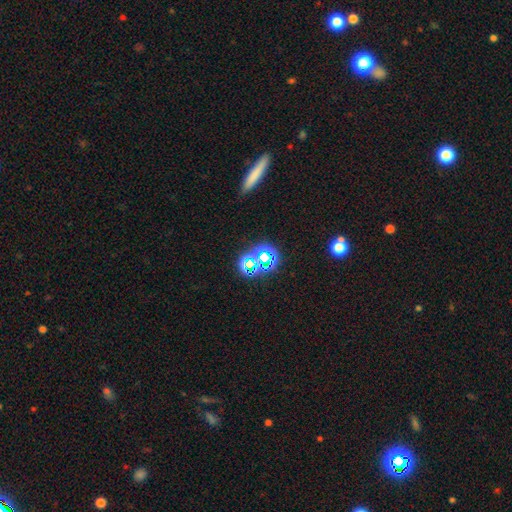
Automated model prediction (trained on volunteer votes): Smooth or featured: smooth — 46% (star or artifact — 38%)
Merging: none — 73% (merger — 15%)